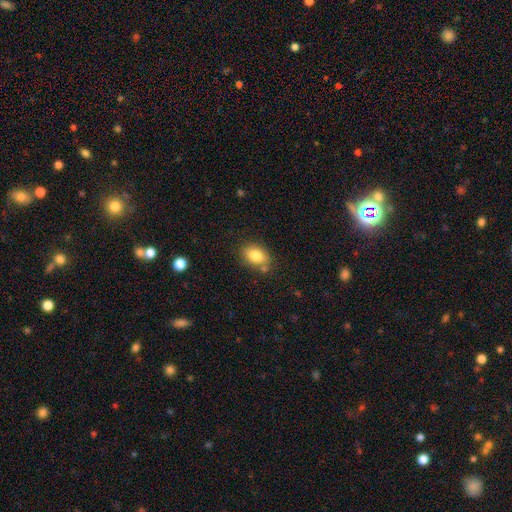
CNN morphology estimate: Smooth or featured?
  - smooth: 82% *
  - featured or disk: 9%
  - star or artifact: 8%
How rounded?
  - in between: 81% *
  - round: 18%
  - cigar-shaped: 2%
Merging?
  - none: 73% *
  - minor disturbance: 16%
  - merger: 7%
  - major disturbance: 4%